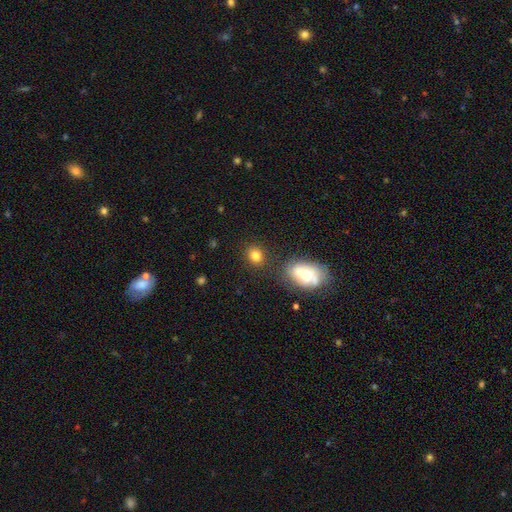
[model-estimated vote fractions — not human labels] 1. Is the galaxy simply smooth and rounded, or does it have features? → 83% smooth, 10% star or artifact, 7% featured or disk.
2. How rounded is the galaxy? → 65% round, 34% in between, 1% cigar-shaped.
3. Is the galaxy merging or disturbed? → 83% none, 9% minor disturbance, 5% merger, 3% major disturbance.